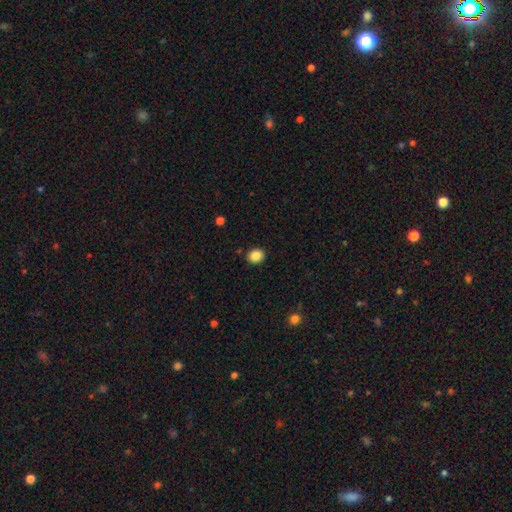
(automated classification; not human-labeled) This is clearly a smooth galaxy (86%). How rounded: likely round (72%). Merging: clearly none (90%).